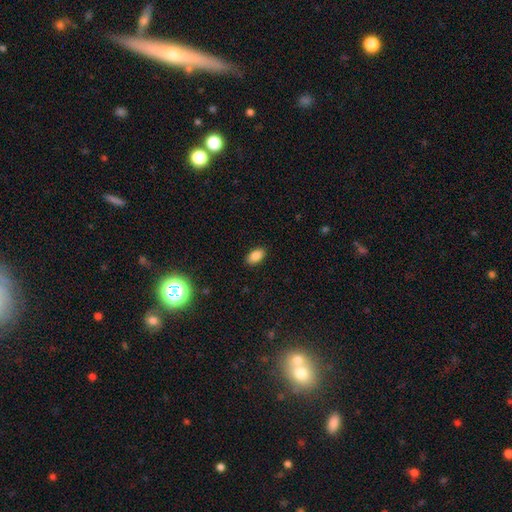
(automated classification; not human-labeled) Q: Smooth or featured?
A: smooth (84%); runner-up: star or artifact (10%)
Q: How rounded?
A: in between (92%); runner-up: round (6%)
Q: Merging?
A: none (88%); runner-up: minor disturbance (8%)